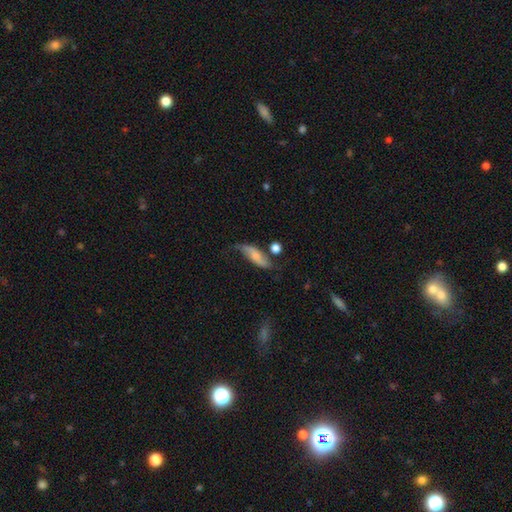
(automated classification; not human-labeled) Morphology: type=featured or disk (51%); edge-on=no (84%); merging=none (48%).